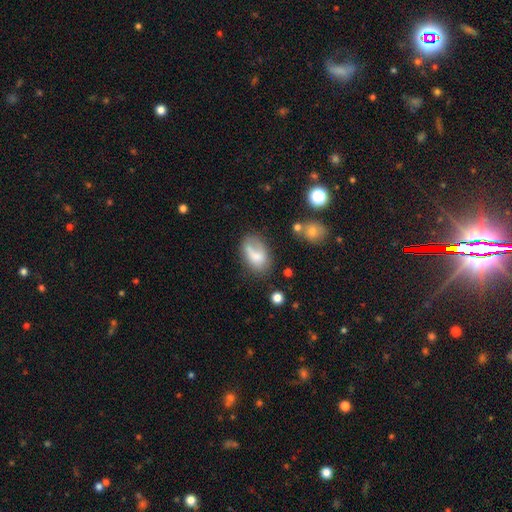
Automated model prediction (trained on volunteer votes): The model was most divided on "merging": none: 42%, minor disturbance: 28%, major disturbance: 21%, merger: 9%. More confident: how rounded — in between (87%); smooth or featured — smooth (70%).